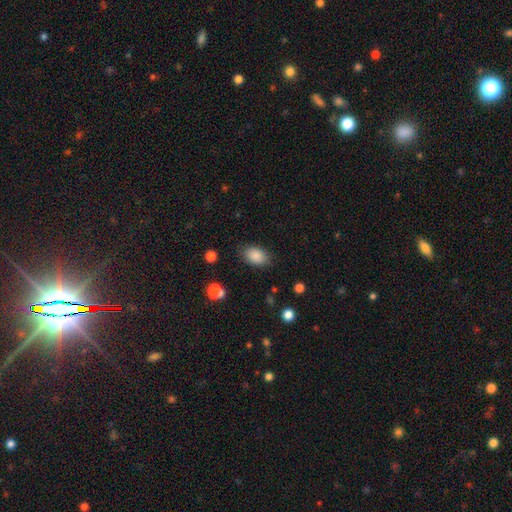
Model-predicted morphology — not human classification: A smooth galaxy with no disk features (87%) that is in between round and cigar-shaped (88%).

Vote fractions:
- Smooth or featured? smooth: 87% / star or artifact: 8% / featured or disk: 5%
- How rounded? in between: 88% / round: 11% / cigar-shaped: 1%
- Merging? none: 83% / minor disturbance: 12% / major disturbance: 4% / merger: 1%